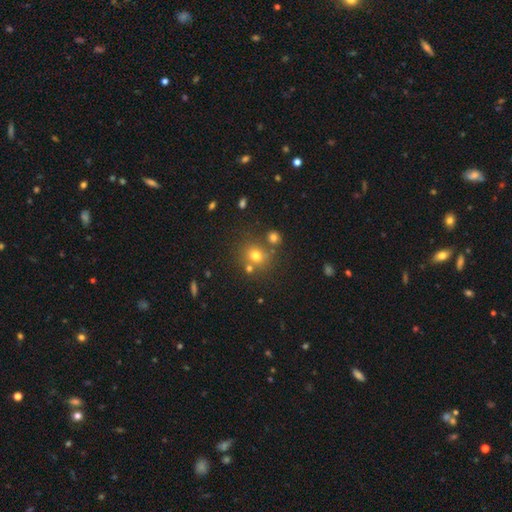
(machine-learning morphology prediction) smooth-or-featured: smooth: 69% | star or artifact: 19% | featured or disk: 11%
  how-rounded: round: 80% | in between: 19% | cigar-shaped: 1%
  merging: none: 68% | merger: 17% | minor disturbance: 11% | major disturbance: 4%